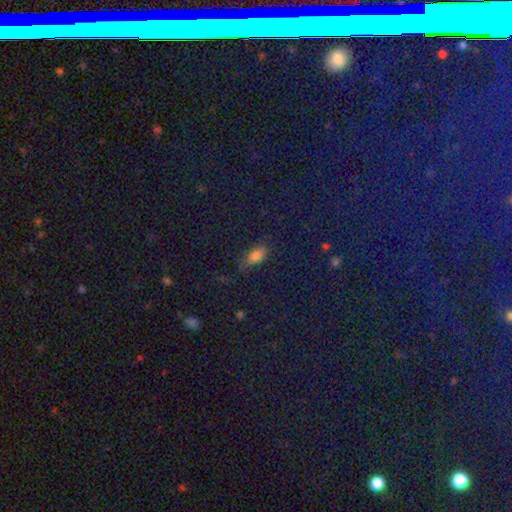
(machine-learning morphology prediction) type=smooth (72%); roundness=in between (83%); merging=none (70%).